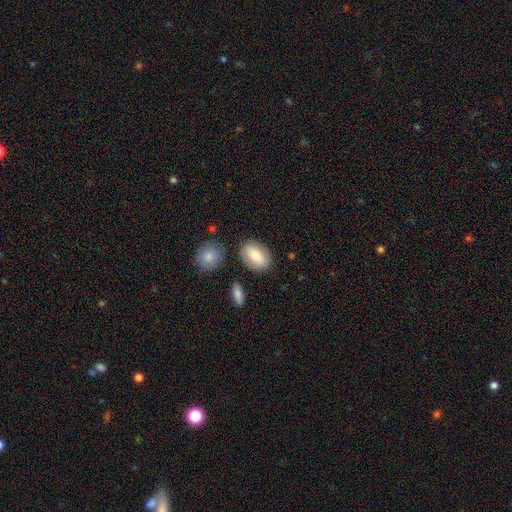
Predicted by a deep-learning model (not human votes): A smooth galaxy with no disk features (83%) that is in between round and cigar-shaped (89%).

Vote fractions:
- Smooth or featured? smooth: 83% / featured or disk: 11% / star or artifact: 6%
- How rounded? in between: 89% / round: 8% / cigar-shaped: 3%
- Merging? none: 80% / minor disturbance: 13% / merger: 5% / major disturbance: 3%